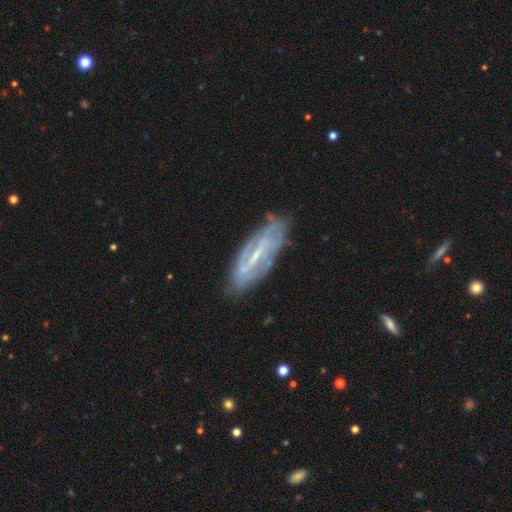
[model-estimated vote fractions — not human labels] The model was most divided on "bar": strong: 50%, weak: 34%, no: 16%. More confident: edge-on disk — no (79%); smooth or featured — featured or disk (74%); merging — none (68%); spiral arms — yes (66%); bulge size — small (52%).